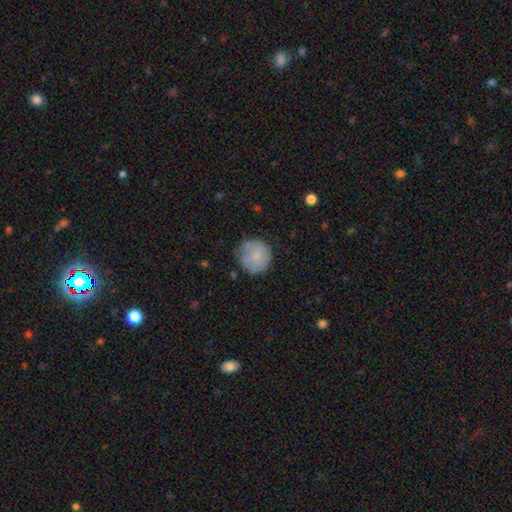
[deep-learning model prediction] smooth-or-featured: smooth: 74% | featured or disk: 18% | star or artifact: 7%
  how-rounded: round: 93% | in between: 6% | cigar-shaped: 1%
  merging: none: 62% | minor disturbance: 27% | major disturbance: 9% | merger: 2%